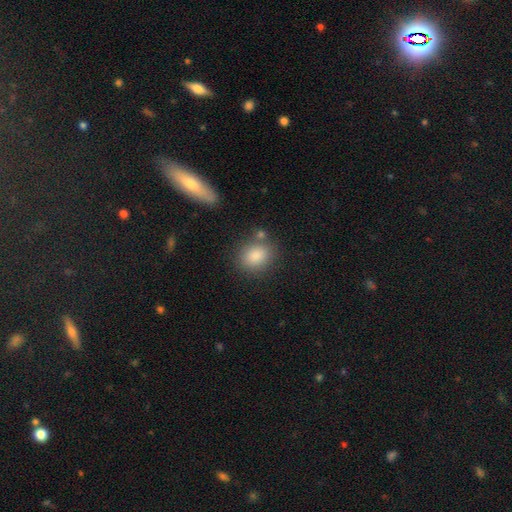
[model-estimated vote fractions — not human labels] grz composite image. It shows a smooth galaxy with no disk features (86%) that is in between round and cigar-shaped (50%). Merging: none (71%).